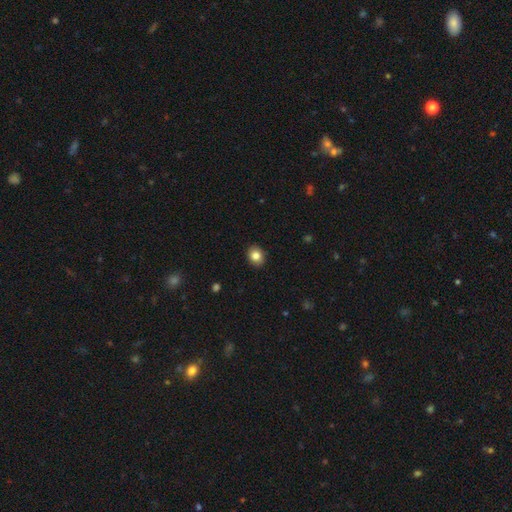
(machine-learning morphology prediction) This appears to be a smooth galaxy with no disk features (84%) that is round (52%). Merging: none (90%).